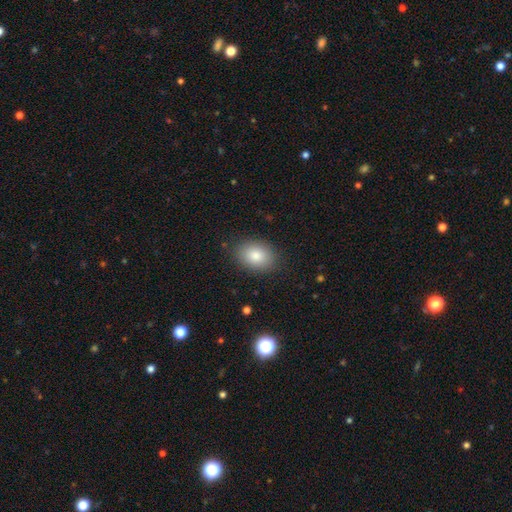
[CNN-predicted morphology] Smooth or featured?
  - smooth: 84% *
  - featured or disk: 8%
  - star or artifact: 8%
How rounded?
  - in between: 72% *
  - round: 27%
  - cigar-shaped: 1%
Merging?
  - none: 86% *
  - minor disturbance: 10%
  - major disturbance: 3%
  - merger: 1%